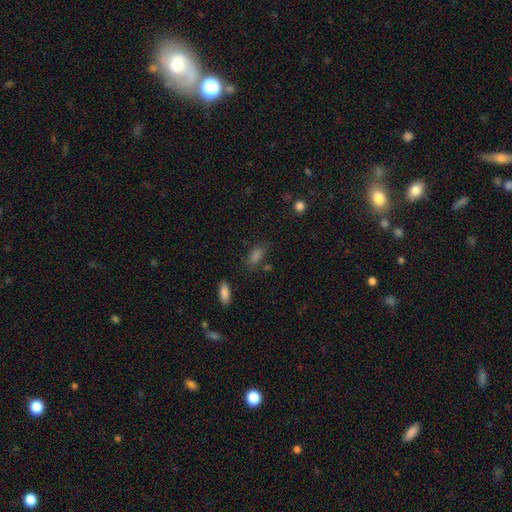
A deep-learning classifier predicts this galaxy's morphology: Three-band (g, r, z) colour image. It shows a smooth galaxy with no disk features (71%) that is in between round and cigar-shaped (80%). Merging: none (71%).